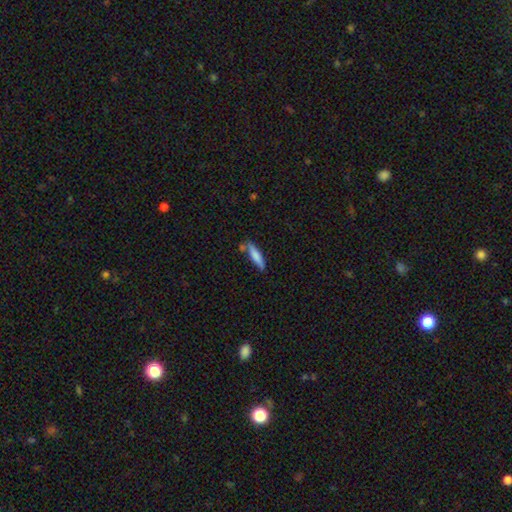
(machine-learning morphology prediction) This is likely a smooth galaxy (75%). How rounded: clearly cigar-shaped (81%). Merging: likely none (69%).